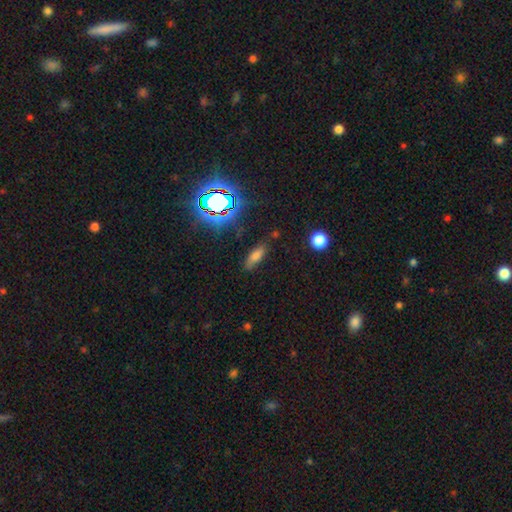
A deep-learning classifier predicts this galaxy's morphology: Q: Smooth or featured?
A: smooth (65%); runner-up: star or artifact (19%)
Q: How rounded?
A: in between (64%); runner-up: cigar-shaped (31%)
Q: Merging?
A: none (74%); runner-up: minor disturbance (18%)